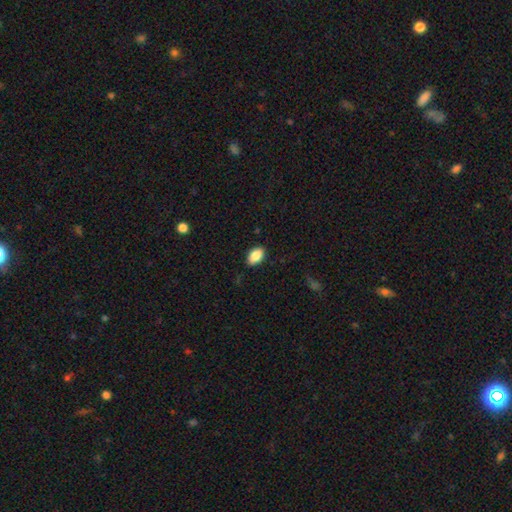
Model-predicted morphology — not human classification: Smooth or featured? Predicted: smooth (p=0.86). How rounded? Predicted: in between (p=0.91). Merging? Predicted: none (p=0.84).